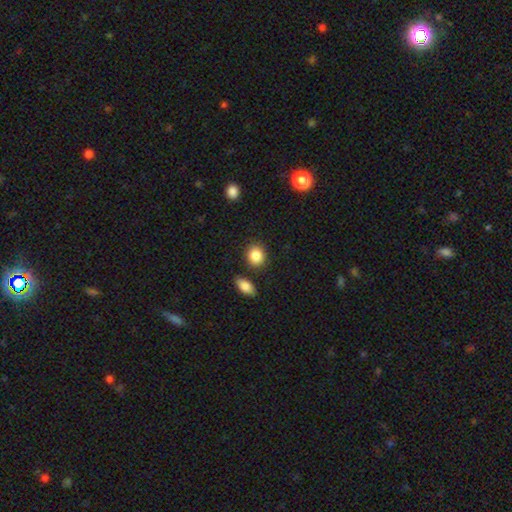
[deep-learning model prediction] A smooth galaxy with no disk features (86%) that is round (69%). Merging: none (79%).